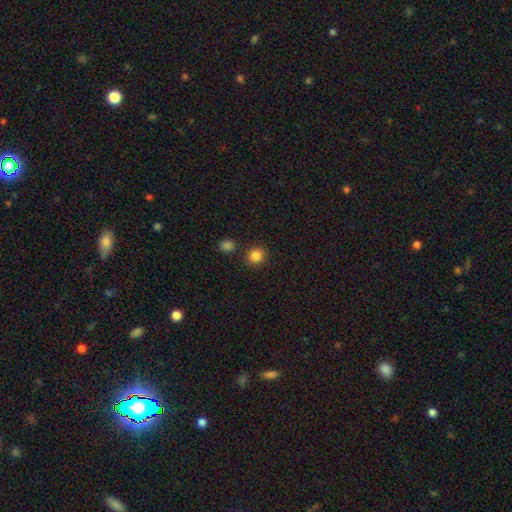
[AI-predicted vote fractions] The model was most divided on "smooth or featured": smooth: 85%, star or artifact: 12%, featured or disk: 4%. More confident: how rounded — round (88%); merging — none (84%).